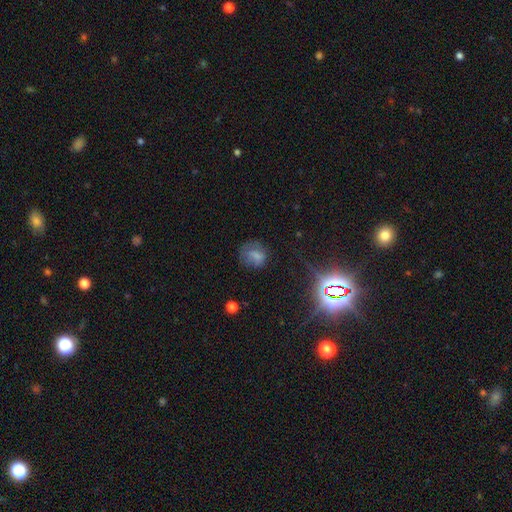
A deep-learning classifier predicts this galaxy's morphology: Smooth or featured? smooth (64%)
How rounded? round (65%)
Merging? none (60%)